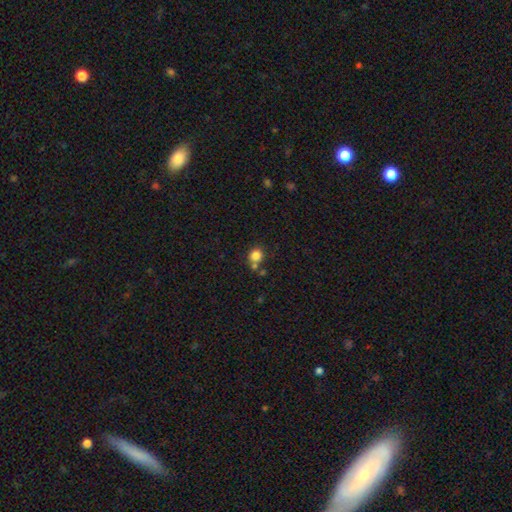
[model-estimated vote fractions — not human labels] A smooth galaxy with no disk features (82%) that is round (86%). Merging: none (62%).